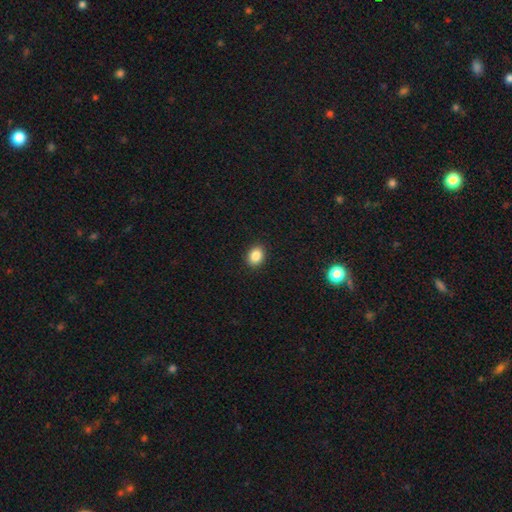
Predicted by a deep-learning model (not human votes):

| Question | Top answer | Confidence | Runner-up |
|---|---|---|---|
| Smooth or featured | smooth | 86% | star or artifact (10%) |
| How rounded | in between | 52% | round (48%) |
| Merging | none | 91% | minor disturbance (6%) |